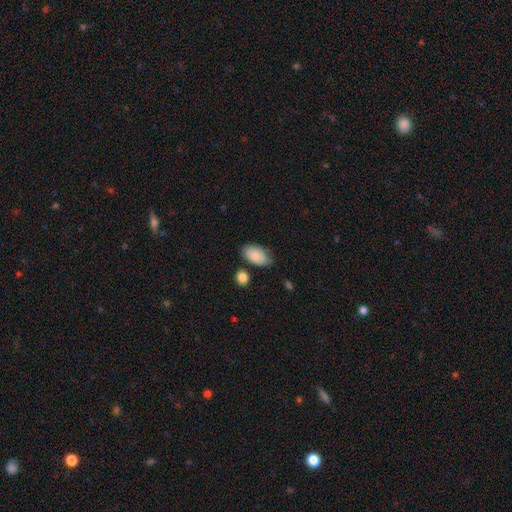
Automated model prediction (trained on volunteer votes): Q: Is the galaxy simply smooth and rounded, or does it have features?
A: smooth — 84%.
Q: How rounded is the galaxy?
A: in between — 94%.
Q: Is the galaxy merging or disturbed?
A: none — 69%.